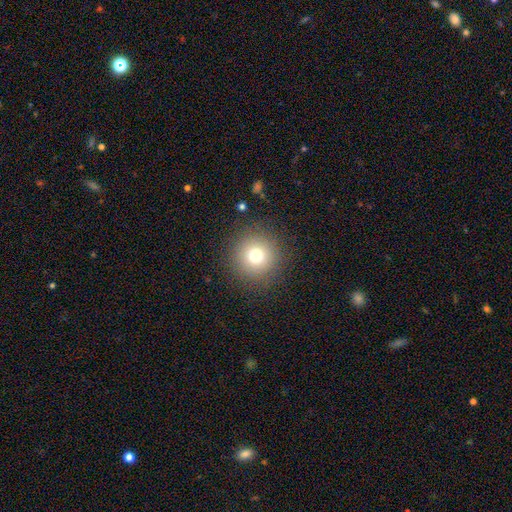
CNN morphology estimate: Smooth or featured?
  - smooth: 75% *
  - star or artifact: 15%
  - featured or disk: 11%
How rounded?
  - round: 95% *
  - in between: 4%
  - cigar-shaped: 1%
Merging?
  - none: 89% *
  - minor disturbance: 7%
  - major disturbance: 3%
  - merger: 1%